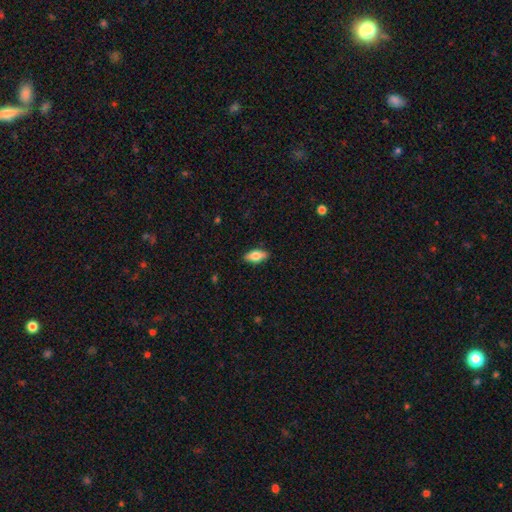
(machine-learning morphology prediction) smooth 73%, featured or disk 20%, star or artifact 7%. Down the decision tree: how rounded — in between (84%); merging — none (86%).